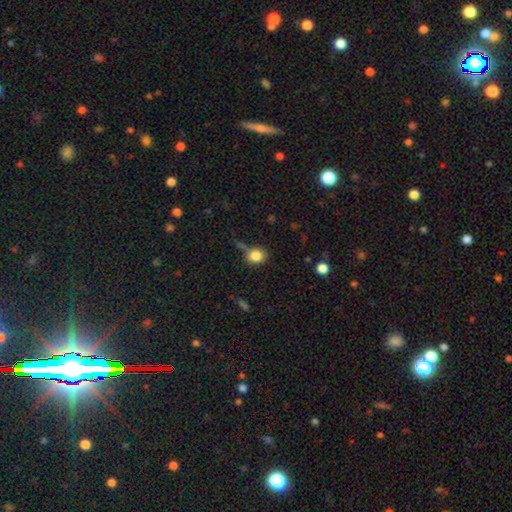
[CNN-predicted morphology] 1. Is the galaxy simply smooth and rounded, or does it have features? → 83% smooth, 10% star or artifact, 7% featured or disk.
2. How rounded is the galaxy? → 68% round, 31% in between, 1% cigar-shaped.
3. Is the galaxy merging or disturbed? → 60% none, 21% minor disturbance, 10% merger, 9% major disturbance.